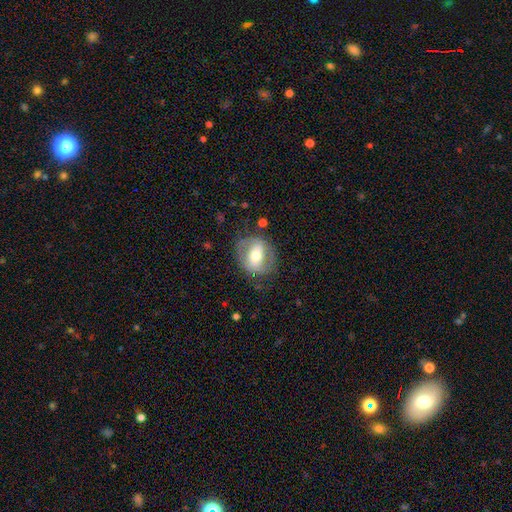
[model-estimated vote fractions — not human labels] Smooth or featured? Predicted: featured or disk (p=0.55). Edge-on disk? Predicted: no (p=0.93). Bar? Predicted: strong (p=0.38). Spiral arms? Predicted: no (p=0.52). Bulge size? Predicted: moderate (p=0.68). Merging? Predicted: none (p=0.73).